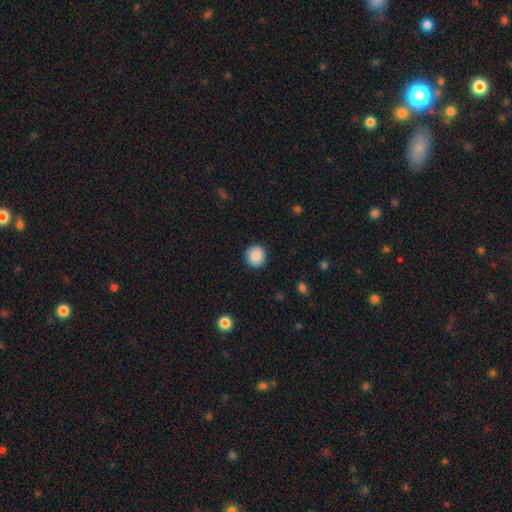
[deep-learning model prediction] Smooth or featured? Predicted: smooth (p=0.87). How rounded? Predicted: round (p=0.92). Merging? Predicted: none (p=0.90).